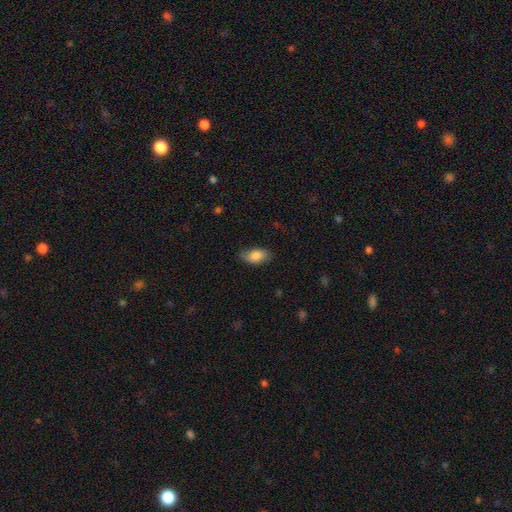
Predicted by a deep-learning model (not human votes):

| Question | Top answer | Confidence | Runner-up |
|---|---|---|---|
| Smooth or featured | smooth | 83% | featured or disk (10%) |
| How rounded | in between | 91% | round (4%) |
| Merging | none | 79% | minor disturbance (16%) |